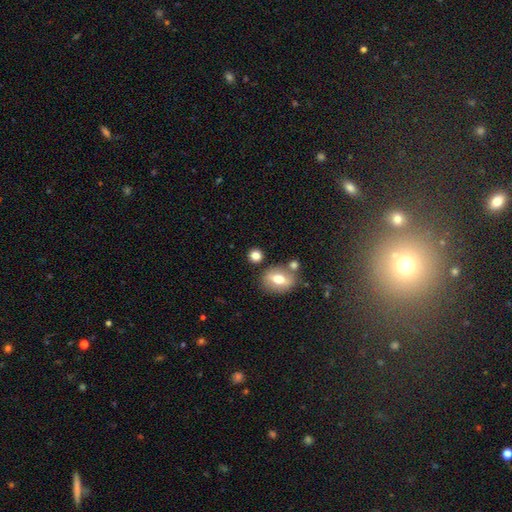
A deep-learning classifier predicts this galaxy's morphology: smooth-or-featured: smooth: 77% | featured or disk: 12% | star or artifact: 11%
  how-rounded: round: 78% | in between: 20% | cigar-shaped: 2%
  merging: none: 76% | minor disturbance: 11% | merger: 10% | major disturbance: 4%